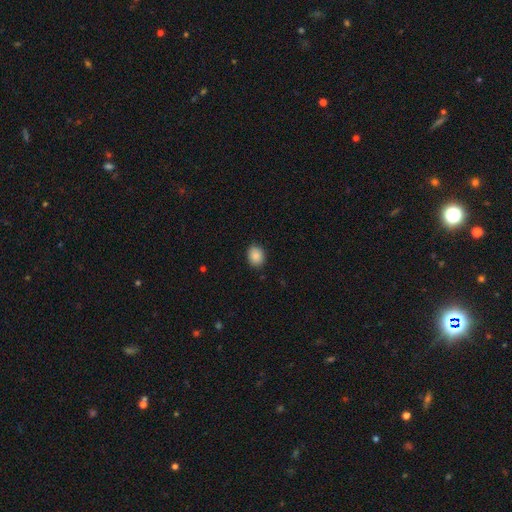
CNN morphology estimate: Smooth or featured? smooth (88%)
How rounded? in between (56%)
Merging? none (89%)